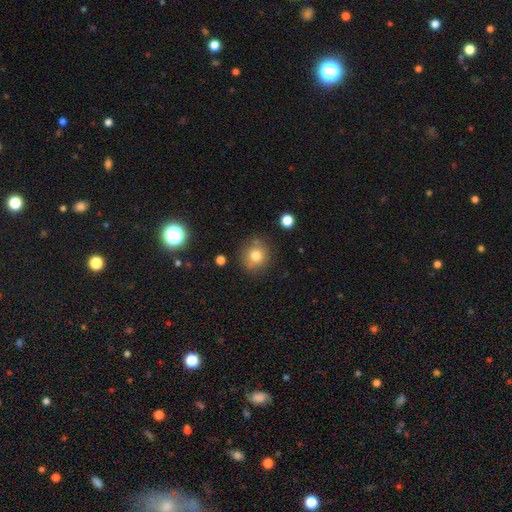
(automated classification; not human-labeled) Smooth or featured? Predicted: smooth (p=0.78). How rounded? Predicted: round (p=0.88). Merging? Predicted: none (p=0.80).